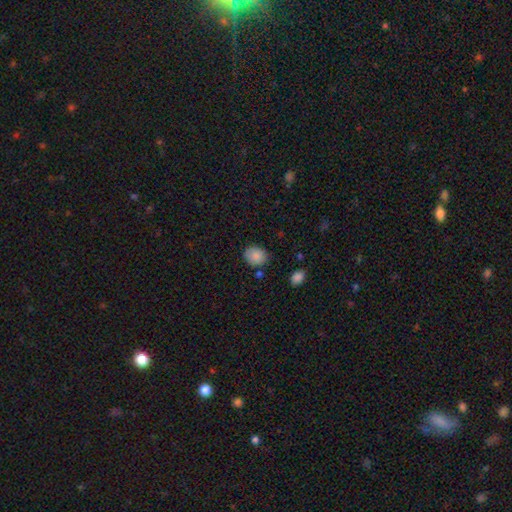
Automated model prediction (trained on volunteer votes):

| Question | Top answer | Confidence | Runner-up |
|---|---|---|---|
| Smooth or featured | smooth | 86% | star or artifact (8%) |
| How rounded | round | 61% | in between (38%) |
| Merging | none | 78% | minor disturbance (16%) |